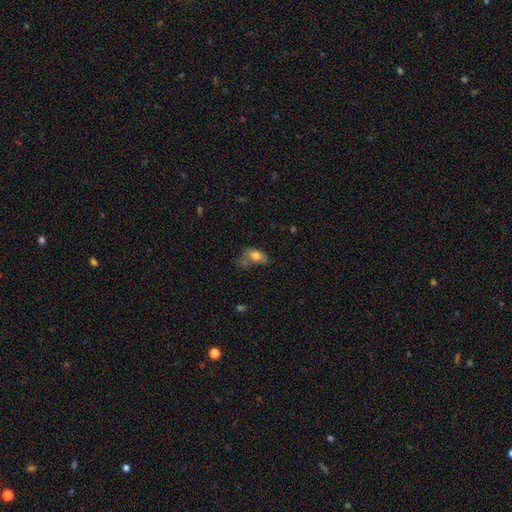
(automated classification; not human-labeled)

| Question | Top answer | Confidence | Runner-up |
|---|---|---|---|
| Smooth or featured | smooth | 75% | featured or disk (17%) |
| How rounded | in between | 86% | round (10%) |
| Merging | none | 35% | minor disturbance (29%) |